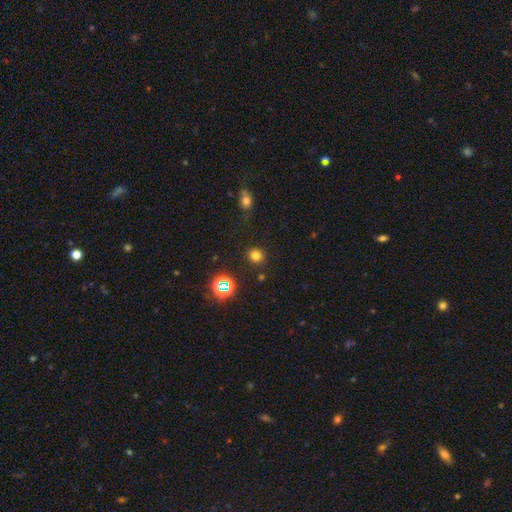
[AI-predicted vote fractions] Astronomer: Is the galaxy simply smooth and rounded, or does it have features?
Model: smooth — 74%.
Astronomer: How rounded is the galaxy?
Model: round — 87%.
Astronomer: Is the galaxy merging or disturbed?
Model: none — 87%.